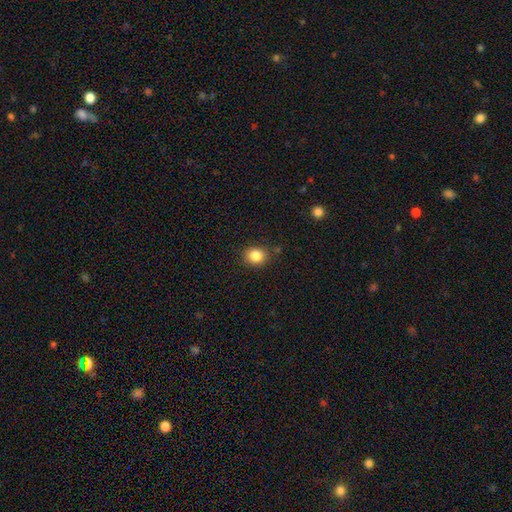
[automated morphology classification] Smooth or featured: smooth — 85% (star or artifact — 10%)
How rounded: round — 69% (in between — 30%)
Merging: none — 85% (minor disturbance — 10%)